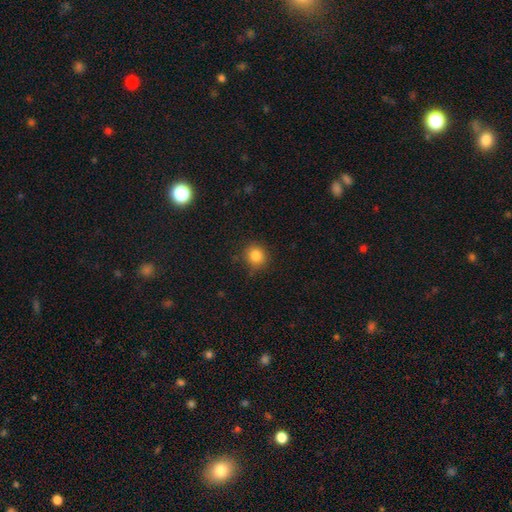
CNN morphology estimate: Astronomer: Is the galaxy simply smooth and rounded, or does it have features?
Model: smooth — 83%.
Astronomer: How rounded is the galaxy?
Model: round — 88%.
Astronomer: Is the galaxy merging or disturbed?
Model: none — 84%.